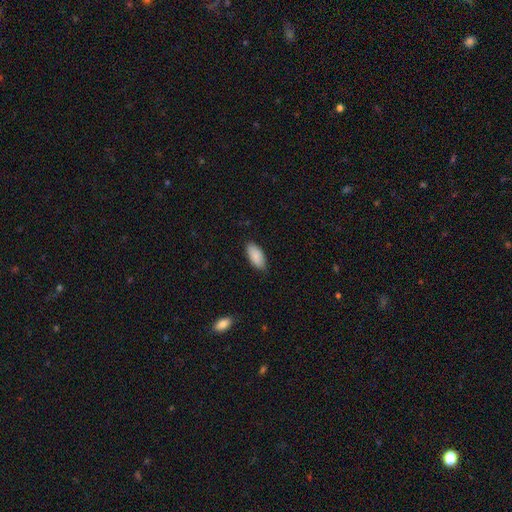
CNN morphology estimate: smooth-or-featured: smooth: 89% | star or artifact: 6% | featured or disk: 6%
  how-rounded: in between: 90% | cigar-shaped: 8% | round: 2%
  merging: none: 83% | minor disturbance: 14% | major disturbance: 2% | merger: 1%